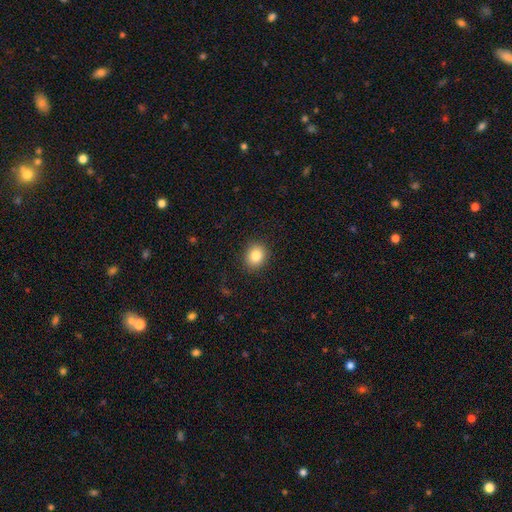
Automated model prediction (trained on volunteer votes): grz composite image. It shows a smooth galaxy with no disk features (84%) that is round (67%). Merging: none (90%).